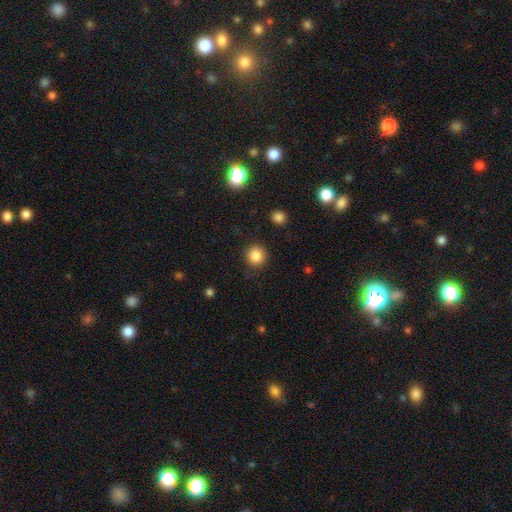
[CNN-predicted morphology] smooth_or_featured: smooth (p=0.86) [alt: star or artifact p=0.10]
how_rounded: round (p=0.93) [alt: in between p=0.06]
merging: none (p=0.88) [alt: minor disturbance p=0.08]